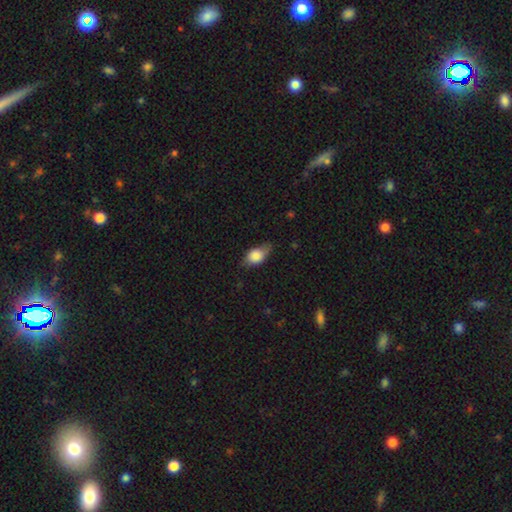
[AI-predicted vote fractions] This is likely a smooth galaxy (78%). How rounded: clearly in between (80%). Merging: possibly none (57%).